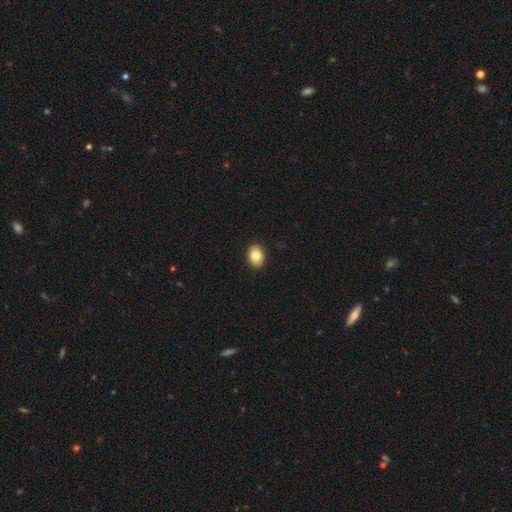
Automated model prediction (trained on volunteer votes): Overall: smooth (82%). How rounded: in between (73%). Merging: none (91%).